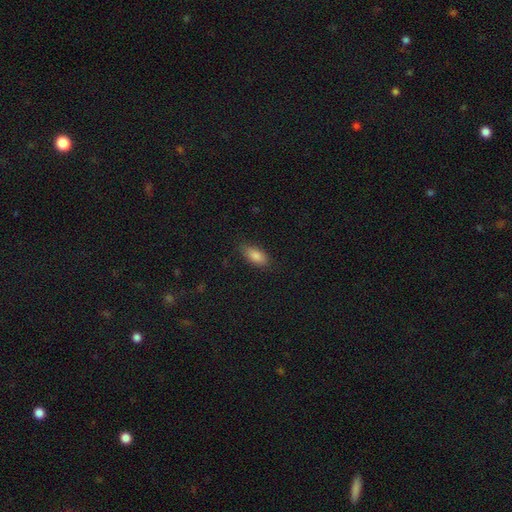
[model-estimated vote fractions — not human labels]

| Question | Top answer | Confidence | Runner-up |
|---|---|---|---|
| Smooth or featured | smooth | 84% | star or artifact (8%) |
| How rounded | in between | 86% | cigar-shaped (11%) |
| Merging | none | 82% | minor disturbance (14%) |